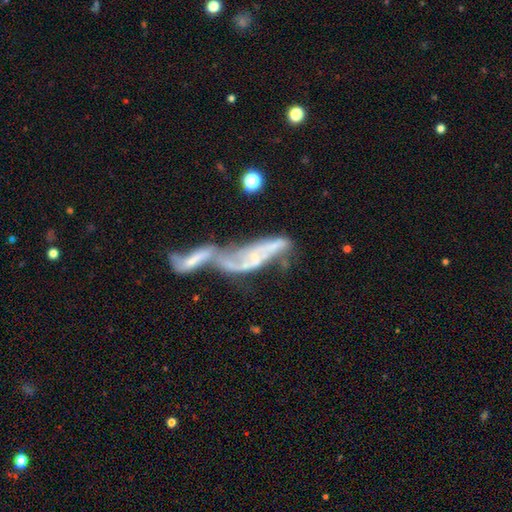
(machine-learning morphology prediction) smooth-or-featured: featured or disk: 73% | smooth: 18% | star or artifact: 9%
  disk-edge-on: no: 83% | yes: 17%
    bar: no: 63% | weak: 24% | strong: 13%
    has-spiral-arms: yes: 72% | no: 28%
    bulge-size: small: 51% | none: 31% | moderate: 15% | large: 2% | dominant: 1%
  merging: merger: 74% | major disturbance: 11% | none: 9% | minor disturbance: 6%